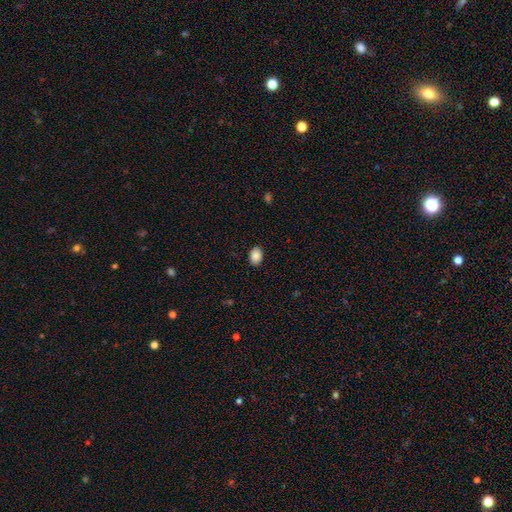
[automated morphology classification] A smooth galaxy with no disk features (89%) that is in between round and cigar-shaped (78%). Merging: none (88%).